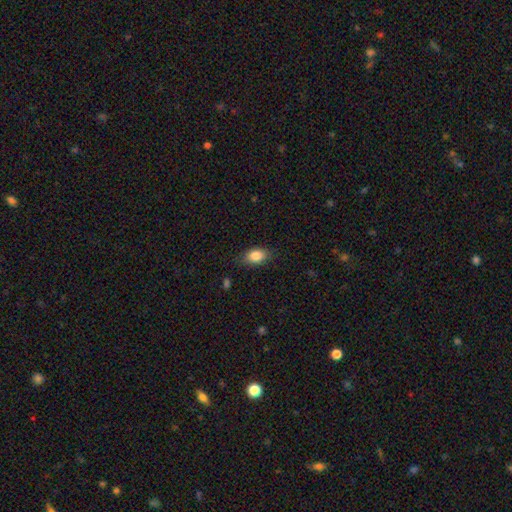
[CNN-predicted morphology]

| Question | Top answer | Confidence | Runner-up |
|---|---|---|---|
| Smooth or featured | smooth | 85% | star or artifact (8%) |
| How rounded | in between | 84% | round (14%) |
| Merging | none | 81% | minor disturbance (14%) |